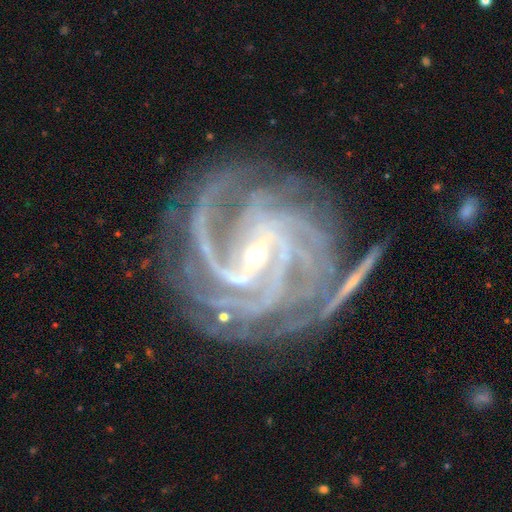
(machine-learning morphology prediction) Smooth or featured: featured or disk — 93% (star or artifact — 5%)
Edge-on disk: no — 98% (yes — 2%)
Bar: strong — 43% (weak — 38%)
Spiral arms: yes — 99% (no — 1%)
Spiral winding: tight — 61% (medium — 35%)
Spiral arm count: 4 — 37% (3 — 20%)
Bulge size: small — 74% (moderate — 22%)
Merging: none — 73% (minor disturbance — 16%)